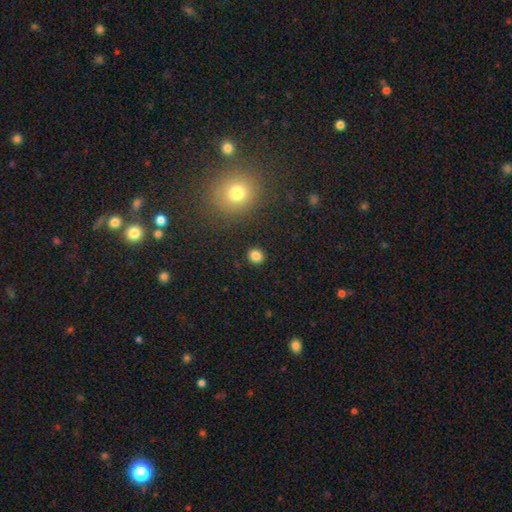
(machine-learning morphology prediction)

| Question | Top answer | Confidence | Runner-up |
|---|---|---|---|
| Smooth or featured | smooth | 84% | star or artifact (12%) |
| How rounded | round | 84% | in between (15%) |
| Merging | none | 90% | minor disturbance (6%) |